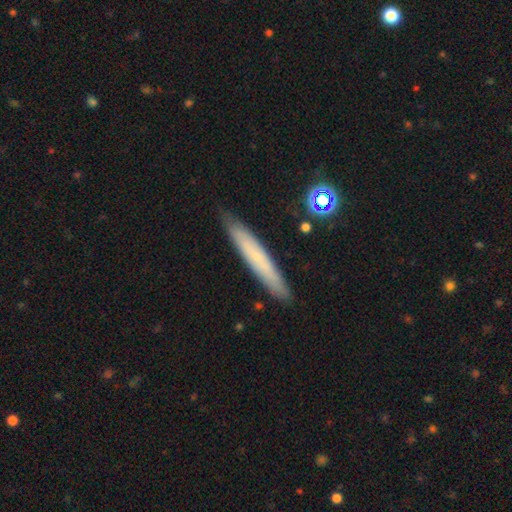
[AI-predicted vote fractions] A smooth galaxy with no disk features (53%) that is cigar-shaped (93%).

Vote fractions:
- Smooth or featured? smooth: 53% / featured or disk: 39% / star or artifact: 7%
- How rounded? cigar-shaped: 93% / in between: 6% / round: 1%
- Merging? none: 85% / minor disturbance: 11% / major disturbance: 2% / merger: 2%